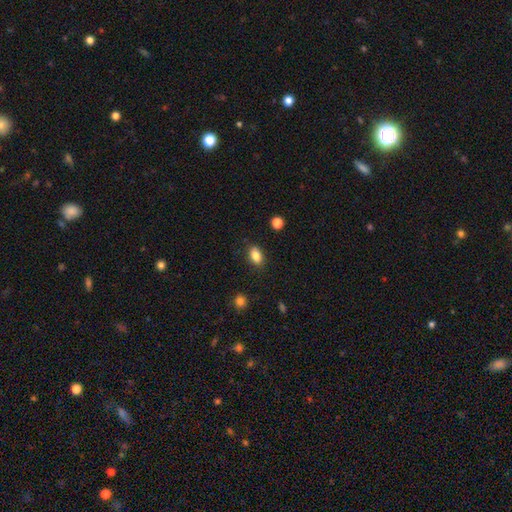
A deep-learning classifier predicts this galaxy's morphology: smooth 85%, star or artifact 9%, featured or disk 6%. Down the decision tree: how rounded — in between (85%); merging — none (85%).